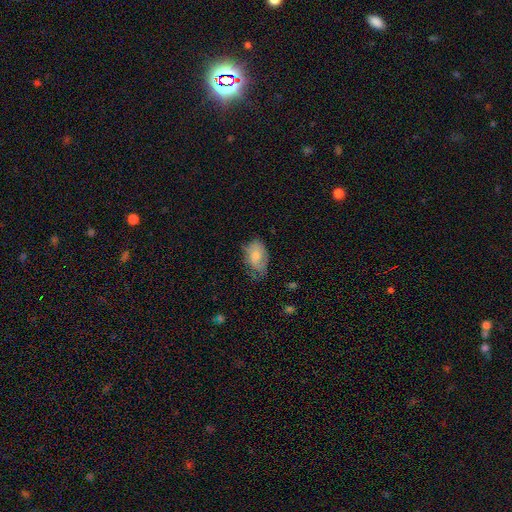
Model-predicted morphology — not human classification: Smooth or featured: smooth — 70% (featured or disk — 23%)
How rounded: in between — 91% (round — 8%)
Merging: none — 47% (minor disturbance — 36%)